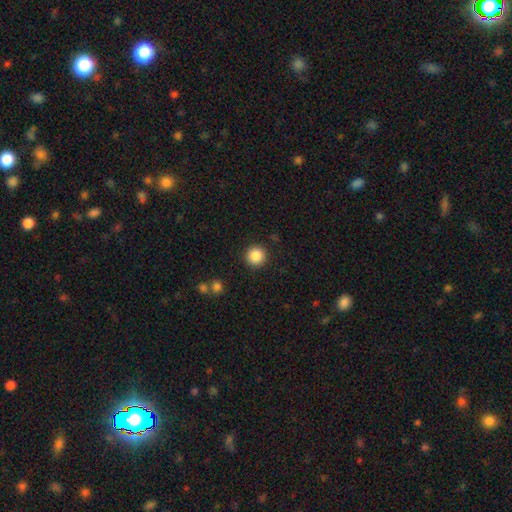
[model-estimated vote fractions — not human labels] smooth 86%, star or artifact 10%, featured or disk 4%. Down the decision tree: how rounded — round (95%); merging — none (91%).